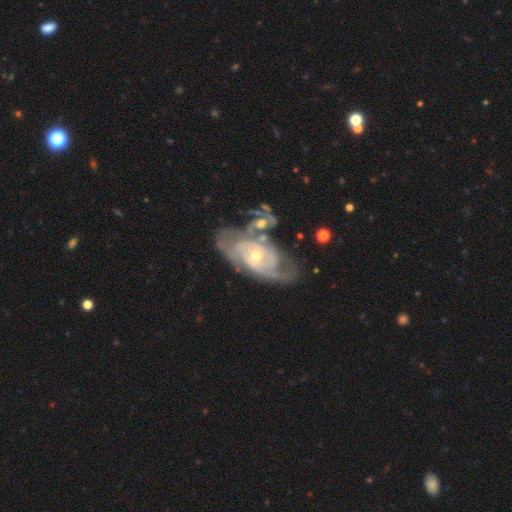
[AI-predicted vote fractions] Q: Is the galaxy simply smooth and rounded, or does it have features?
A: featured or disk — 89%.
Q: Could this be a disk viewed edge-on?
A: no — 96%.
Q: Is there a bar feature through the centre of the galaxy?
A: no — 62%.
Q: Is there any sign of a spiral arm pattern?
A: yes — 96%.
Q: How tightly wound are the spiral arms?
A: tight — 60%.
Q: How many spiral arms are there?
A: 2 — 44%.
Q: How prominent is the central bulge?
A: small — 56%.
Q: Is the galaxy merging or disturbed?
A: none — 46%.